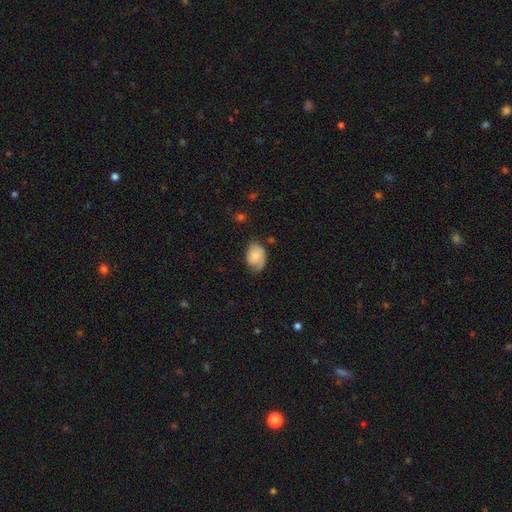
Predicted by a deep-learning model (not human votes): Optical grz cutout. It shows a smooth galaxy with no disk features (64%) that is in between round and cigar-shaped (80%). Merging: none (54%).